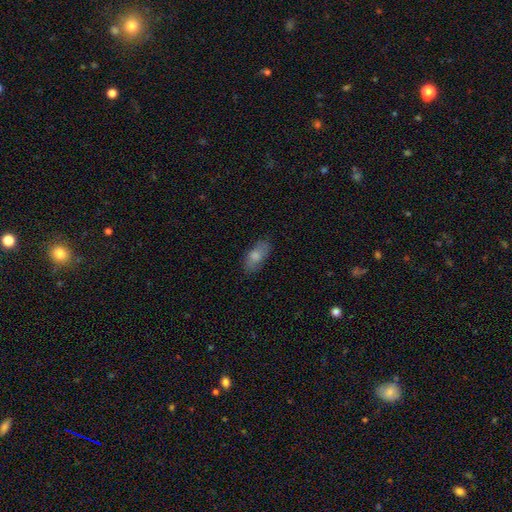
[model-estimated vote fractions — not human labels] A smooth galaxy with no disk features (77%) that is in between round and cigar-shaped (88%). Merging: none (78%).